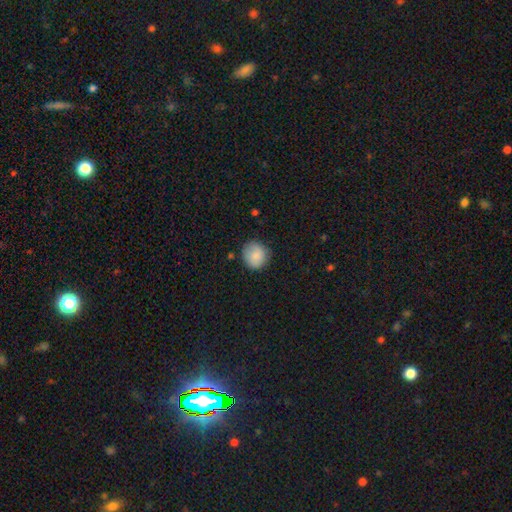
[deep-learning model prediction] smooth_or_featured: smooth (p=0.86) [alt: star or artifact p=0.08]
how_rounded: round (p=0.88) [alt: in between p=0.11]
merging: none (p=0.81) [alt: minor disturbance p=0.14]